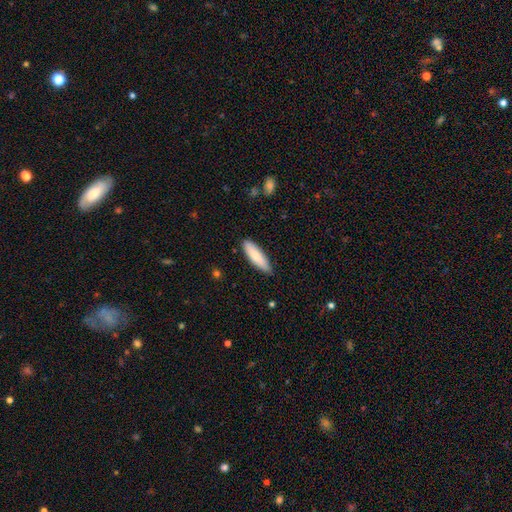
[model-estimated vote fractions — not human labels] A smooth galaxy with no disk features (78%) that is cigar-shaped (57%). Merging: none (86%).